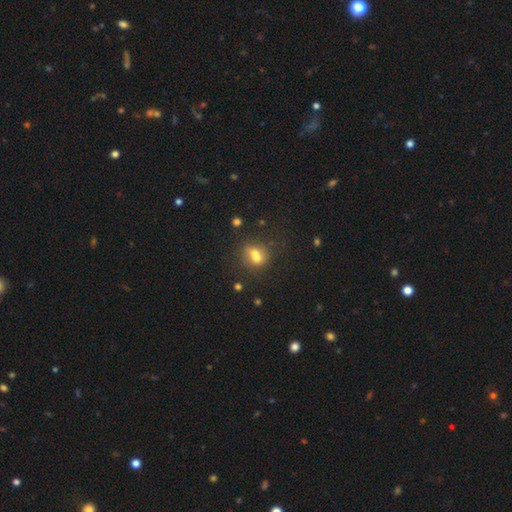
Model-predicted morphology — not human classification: A smooth galaxy with no disk features (65%) that is round (57%). Merging: merger (48%).